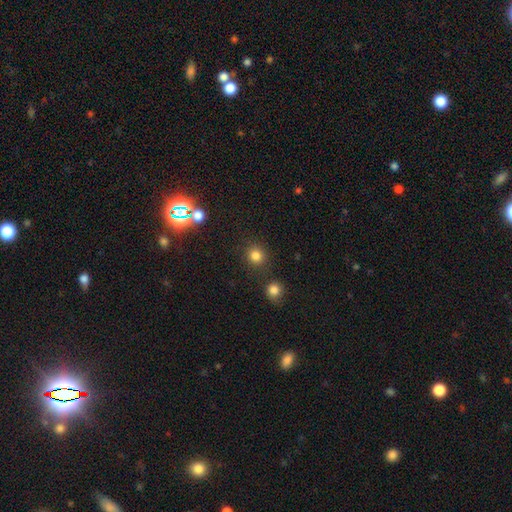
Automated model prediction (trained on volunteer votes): Smooth or featured?
  - smooth: 82% *
  - star or artifact: 14%
  - featured or disk: 4%
How rounded?
  - round: 90% *
  - in between: 9%
  - cigar-shaped: 1%
Merging?
  - none: 83% *
  - minor disturbance: 7%
  - merger: 6%
  - major disturbance: 3%